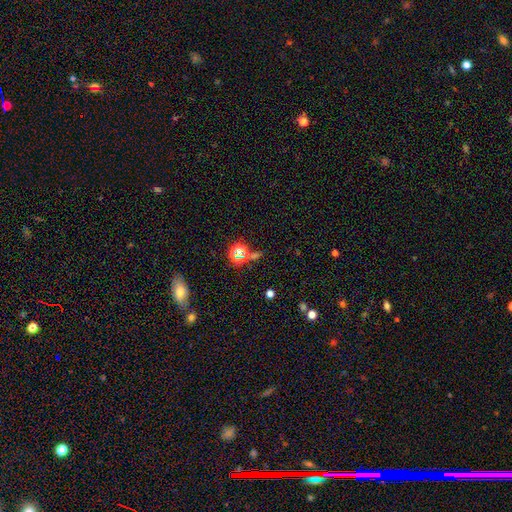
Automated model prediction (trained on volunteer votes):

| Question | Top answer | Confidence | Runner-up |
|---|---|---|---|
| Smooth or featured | star or artifact | 50% | smooth (40%) |